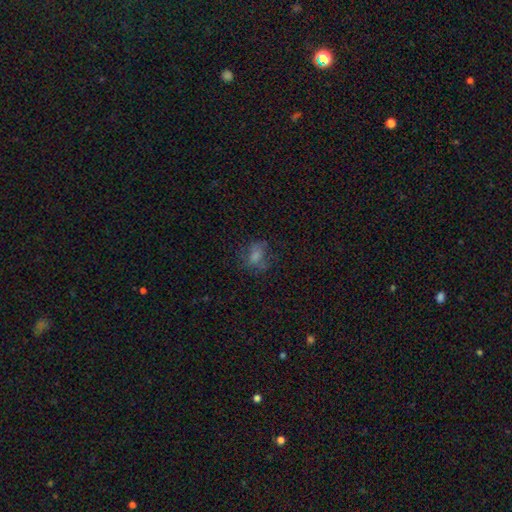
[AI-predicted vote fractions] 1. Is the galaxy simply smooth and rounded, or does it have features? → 52% smooth, 26% star or artifact, 22% featured or disk.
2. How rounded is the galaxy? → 55% round, 43% in between, 2% cigar-shaped.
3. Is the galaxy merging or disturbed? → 67% none, 19% minor disturbance, 12% major disturbance, 2% merger.